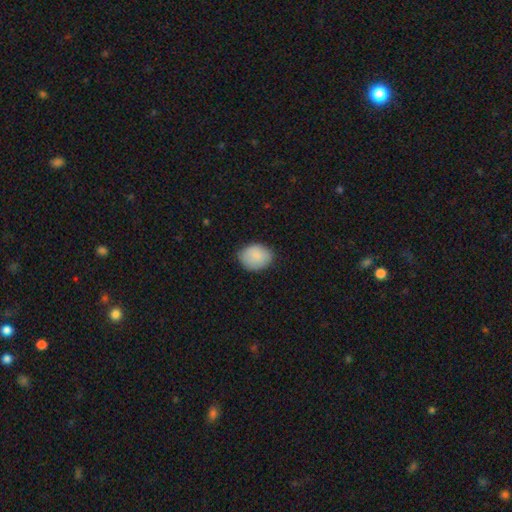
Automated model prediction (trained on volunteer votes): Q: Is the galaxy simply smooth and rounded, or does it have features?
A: smooth — 86%.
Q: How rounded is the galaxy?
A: in between — 56%.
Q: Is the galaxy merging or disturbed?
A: none — 77%.